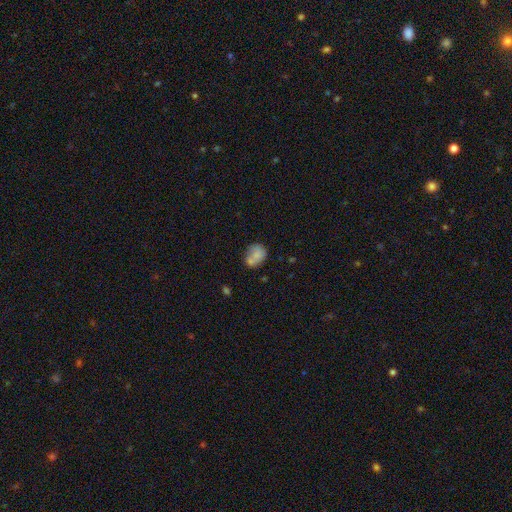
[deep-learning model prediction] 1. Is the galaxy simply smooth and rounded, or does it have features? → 73% smooth, 18% featured or disk, 9% star or artifact.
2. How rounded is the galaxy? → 54% in between, 44% round, 1% cigar-shaped.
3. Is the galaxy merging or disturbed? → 43% none, 29% merger, 20% minor disturbance, 8% major disturbance.